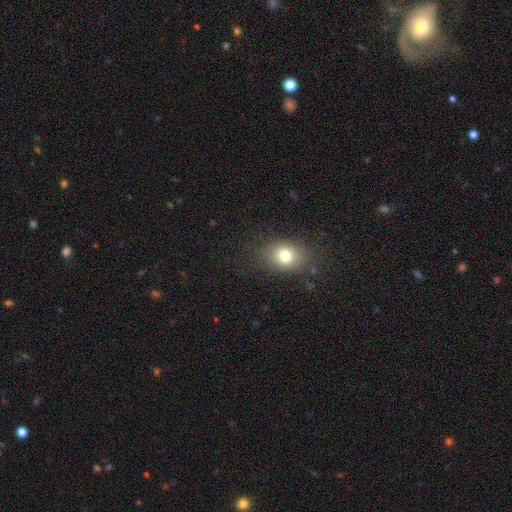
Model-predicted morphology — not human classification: Q: Smooth or featured?
A: smooth (72%); runner-up: star or artifact (18%)
Q: How rounded?
A: in between (52%); runner-up: round (47%)
Q: Merging?
A: none (85%); runner-up: minor disturbance (11%)